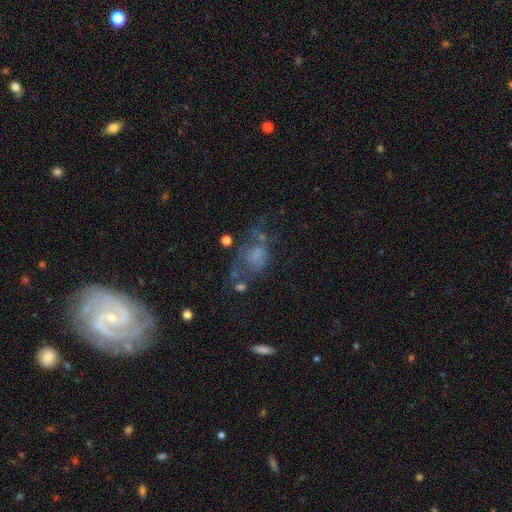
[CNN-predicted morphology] The model was most divided on "merging": major disturbance: 39%, none: 30%, minor disturbance: 18%, merger: 12%. More confident: edge-on disk — no (96%); smooth or featured — featured or disk (52%).